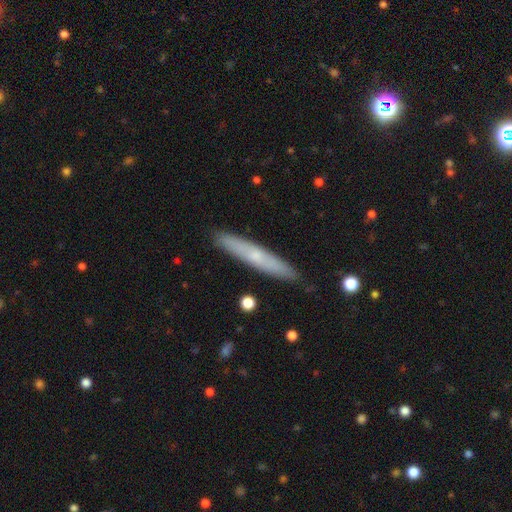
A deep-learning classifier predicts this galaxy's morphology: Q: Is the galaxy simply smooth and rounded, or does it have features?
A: smooth — 51%.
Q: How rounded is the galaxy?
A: cigar-shaped — 93%.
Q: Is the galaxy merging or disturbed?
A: none — 89%.